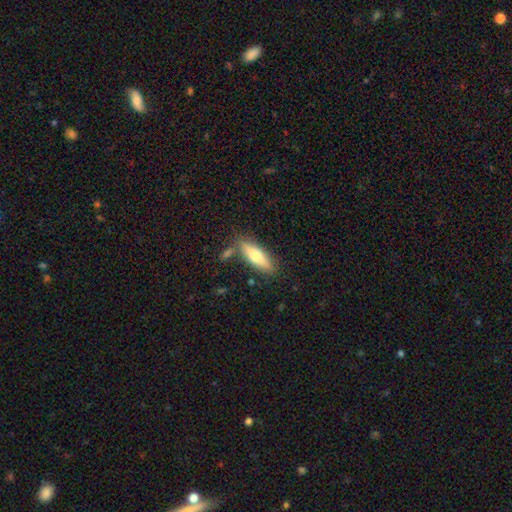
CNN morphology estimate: type=smooth (63%); roundness=cigar-shaped (51%); merging=none (77%).